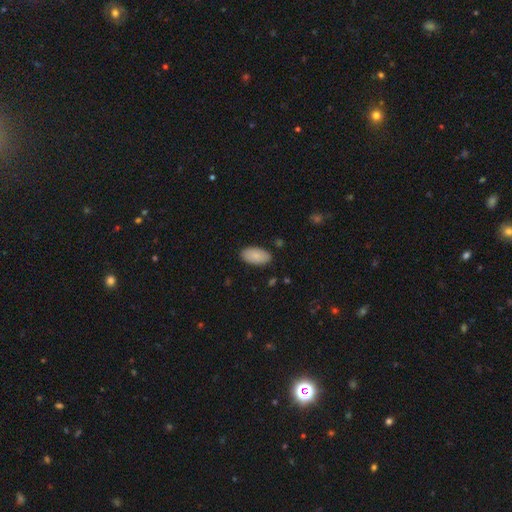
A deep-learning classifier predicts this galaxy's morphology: Smooth or featured? Predicted: smooth (p=0.85). How rounded? Predicted: in between (p=0.95). Merging? Predicted: none (p=0.87).